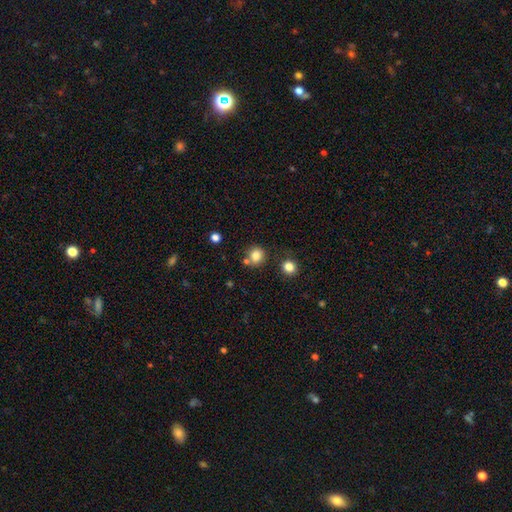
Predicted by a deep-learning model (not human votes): The model was most divided on "merging": none: 73%, merger: 13%, minor disturbance: 10%, major disturbance: 3%. More confident: how rounded — round (83%); smooth or featured — smooth (82%).